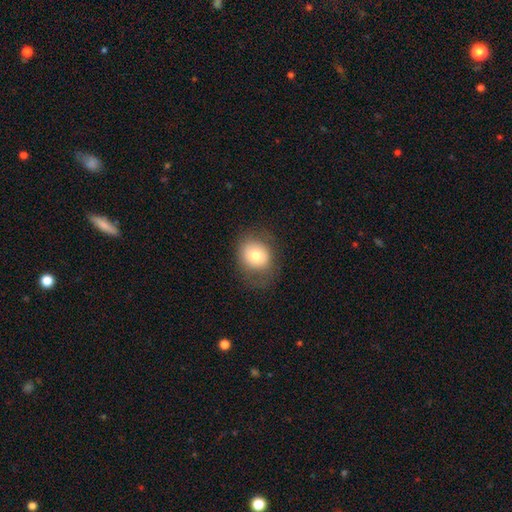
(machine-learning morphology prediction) Smooth or featured? Predicted: smooth (p=0.73). How rounded? Predicted: round (p=0.66). Merging? Predicted: none (p=0.73).